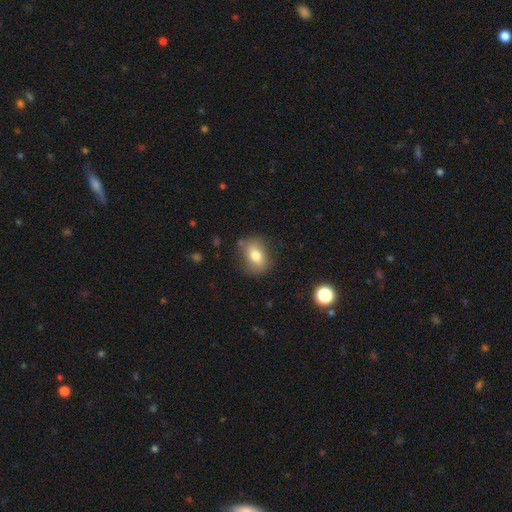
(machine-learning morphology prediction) A smooth galaxy with no disk features (75%) that is in between round and cigar-shaped (69%). Merging: none (78%).